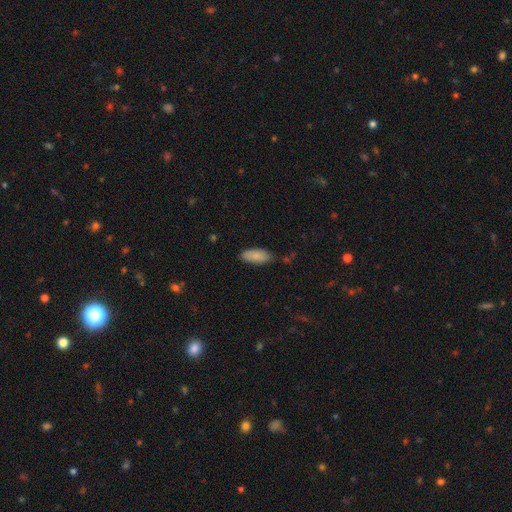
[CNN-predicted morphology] This is clearly a smooth galaxy (88%). How rounded: clearly in between (83%). Merging: likely none (76%).